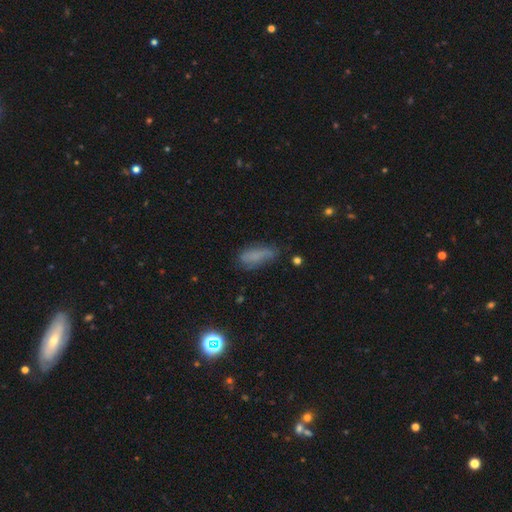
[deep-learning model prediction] Smooth or featured? Predicted: smooth (p=0.68). How rounded? Predicted: in between (p=0.64). Merging? Predicted: none (p=0.53).